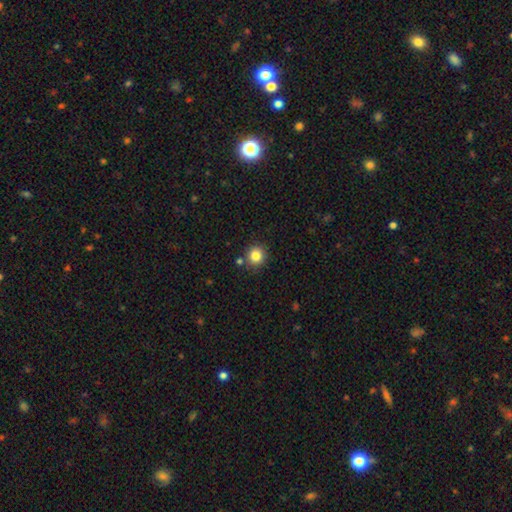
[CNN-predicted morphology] This is clearly a smooth galaxy (84%). How rounded: clearly round (91%). Merging: clearly none (85%).